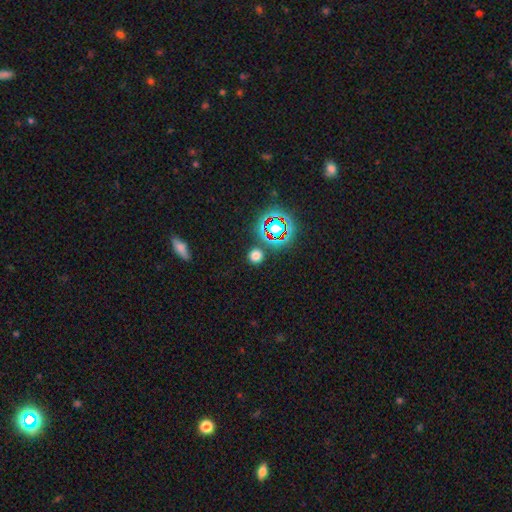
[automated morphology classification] This is likely a smooth galaxy (68%). How rounded: clearly round (93%). Merging: clearly none (85%).